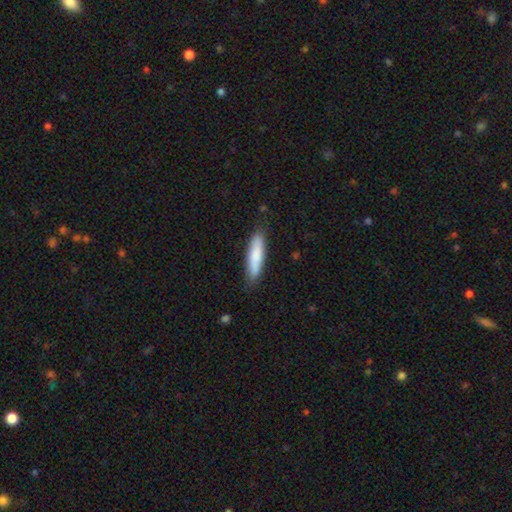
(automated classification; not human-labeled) Smooth or featured: smooth — 80% (featured or disk — 14%)
How rounded: cigar-shaped — 75% (in between — 24%)
Merging: none — 82% (minor disturbance — 14%)